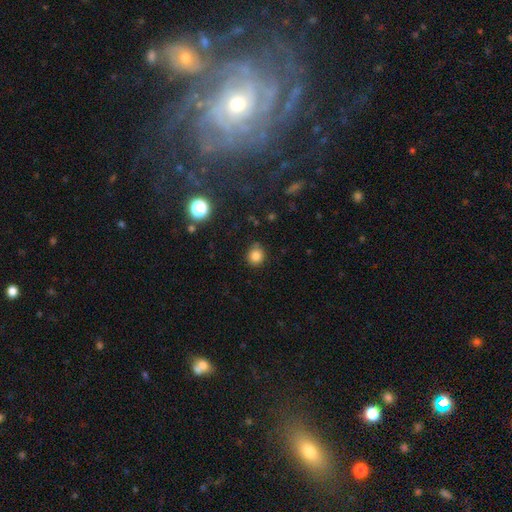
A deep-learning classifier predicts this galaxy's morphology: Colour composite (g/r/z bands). It shows a smooth galaxy with no disk features (81%) that is round (84%). Merging: none (82%).